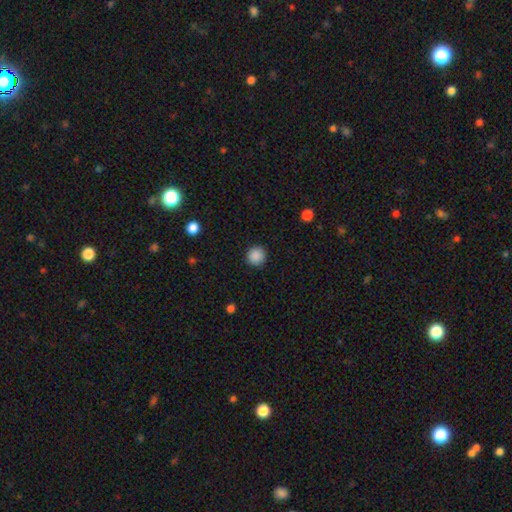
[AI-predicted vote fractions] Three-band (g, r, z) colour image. It shows a smooth galaxy with no disk features (88%) that is round (94%). Merging: none (91%).